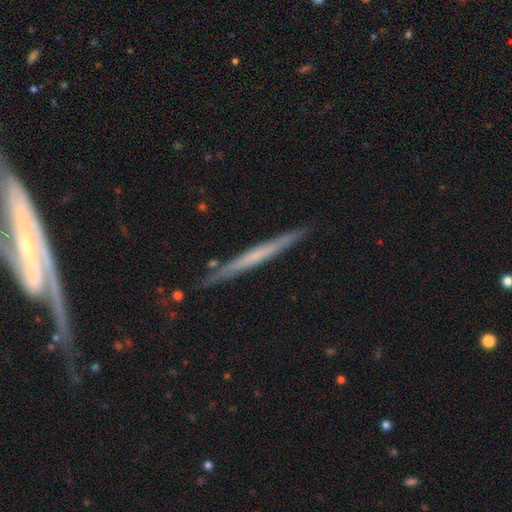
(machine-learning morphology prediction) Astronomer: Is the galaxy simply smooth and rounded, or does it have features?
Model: featured or disk — 55% (runner-up: smooth, 39%).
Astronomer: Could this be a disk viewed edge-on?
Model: yes — 96%.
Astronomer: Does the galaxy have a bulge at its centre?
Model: none — 86%.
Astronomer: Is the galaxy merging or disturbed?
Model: none — 87%.